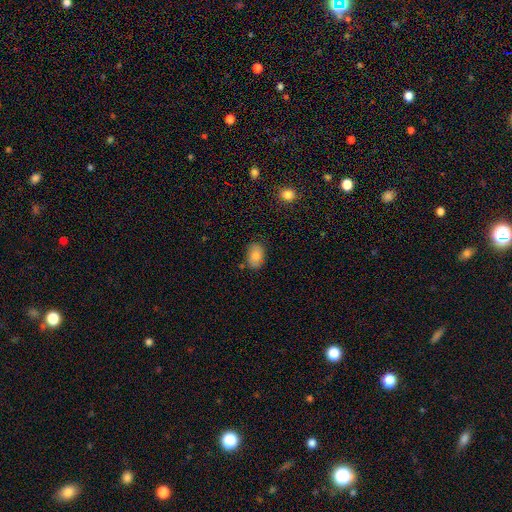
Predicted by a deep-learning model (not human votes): A smooth galaxy with no disk features (82%) that is in between round and cigar-shaped (81%).

Vote fractions:
- Smooth or featured? smooth: 82% / featured or disk: 10% / star or artifact: 8%
- How rounded? in between: 81% / round: 18% / cigar-shaped: 1%
- Merging? none: 76% / minor disturbance: 18% / major disturbance: 3% / merger: 3%